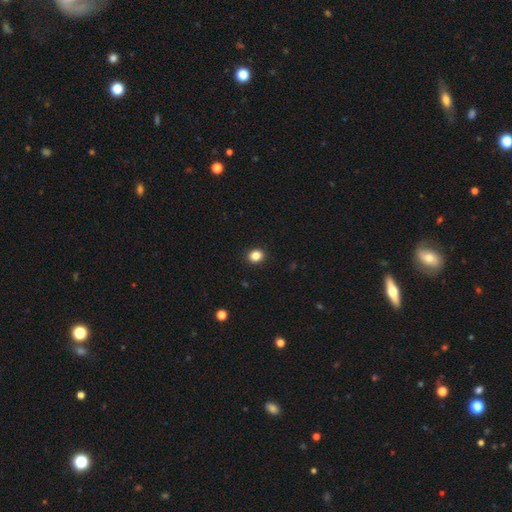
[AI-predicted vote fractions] Smooth or featured? smooth (85%)
How rounded? round (70%)
Merging? none (92%)